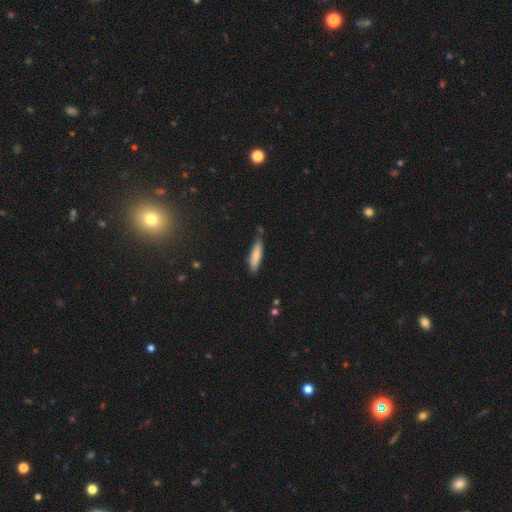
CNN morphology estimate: smooth 82%, featured or disk 12%, star or artifact 6%. Down the decision tree: how rounded — cigar-shaped (72%); merging — none (74%).